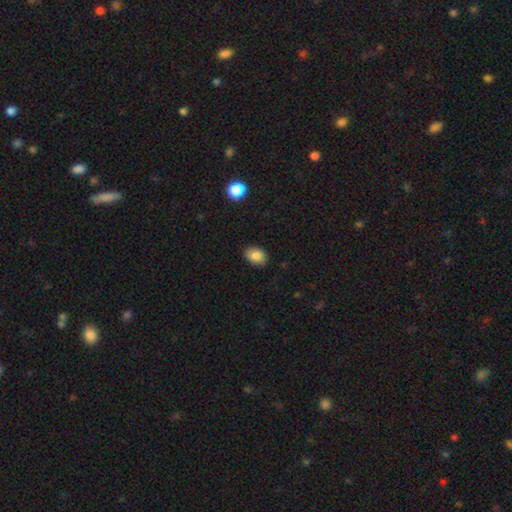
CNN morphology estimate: smooth 85%, star or artifact 9%, featured or disk 7%. Down the decision tree: how rounded — in between (80%); merging — none (88%).